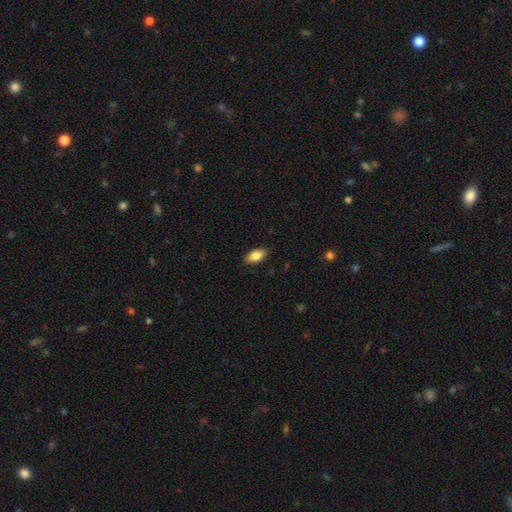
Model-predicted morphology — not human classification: This appears to be a smooth galaxy with no disk features (86%) that is in between round and cigar-shaped (91%). Merging: none (87%).